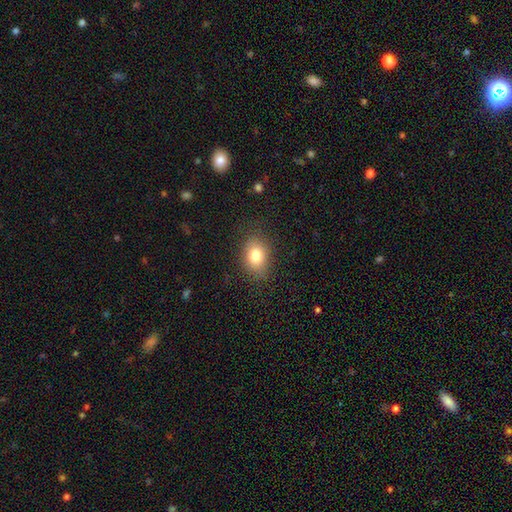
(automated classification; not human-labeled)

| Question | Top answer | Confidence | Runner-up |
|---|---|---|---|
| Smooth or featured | smooth | 79% | star or artifact (10%) |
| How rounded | in between | 69% | round (30%) |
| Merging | none | 83% | minor disturbance (12%) |